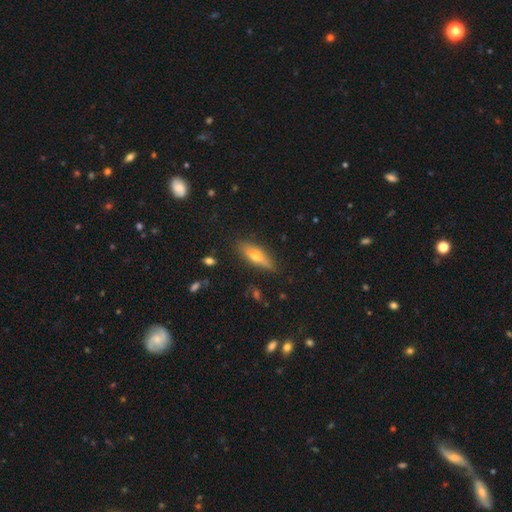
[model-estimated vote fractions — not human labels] smooth-or-featured: smooth: 51% | featured or disk: 41% | star or artifact: 8%
  how-rounded: cigar-shaped: 52% | in between: 45% | round: 3%
  merging: none: 85% | minor disturbance: 11% | major disturbance: 2% | merger: 1%